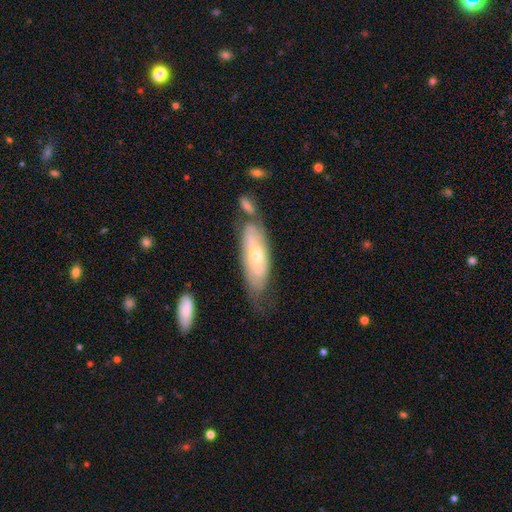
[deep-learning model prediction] A featured or disk galaxy (56%).

Vote fractions:
- Smooth or featured? featured or disk: 56% / smooth: 38% / star or artifact: 6%
- Edge-on disk? no: 78% / yes: 22%
- Merging? none: 51% / minor disturbance: 26% / merger: 13% / major disturbance: 10%